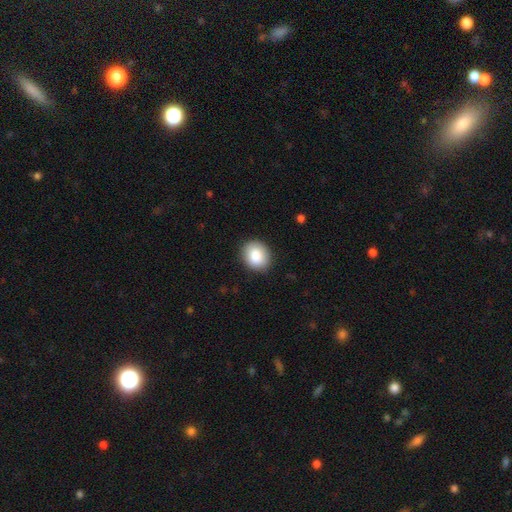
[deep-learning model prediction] Smooth or featured? smooth (86%)
How rounded? round (60%)
Merging? none (87%)